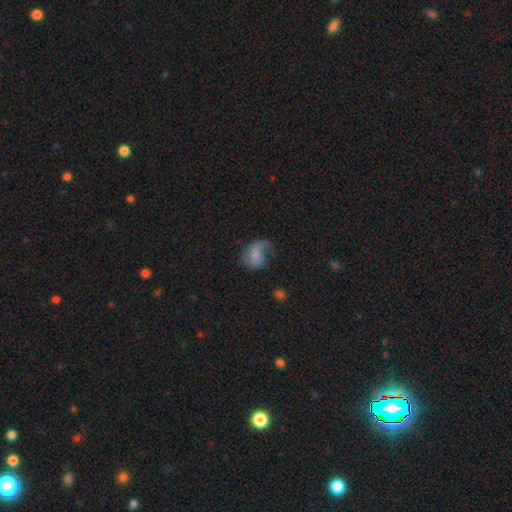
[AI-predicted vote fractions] smooth 52%, featured or disk 38%, star or artifact 10%. Down the decision tree: how rounded — in between (63%); merging — major disturbance (43%).